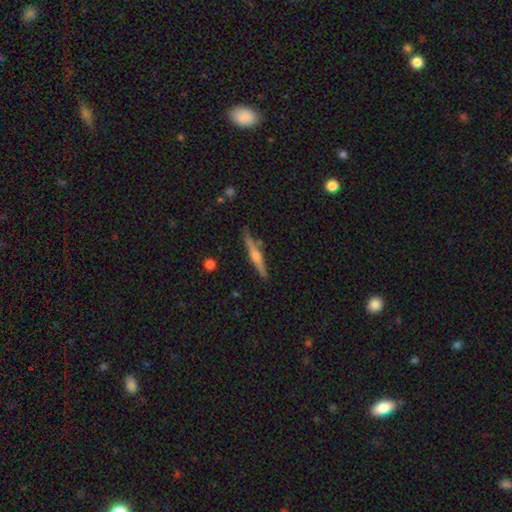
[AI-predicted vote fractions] A featured or disk galaxy (74%) viewed edge-on (98%) with a rounded central bulge (83%).

Vote fractions:
- Smooth or featured? featured or disk: 74% / smooth: 19% / star or artifact: 7%
- Edge-on disk? yes: 98% / no: 2%
- Edge-on bulge? rounded: 83% / none: 9% / boxy: 9%
- Merging? none: 87% / minor disturbance: 9% / merger: 2% / major disturbance: 2%